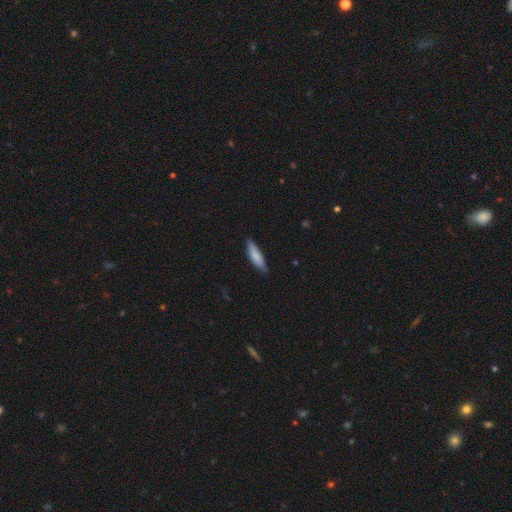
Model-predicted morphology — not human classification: A smooth galaxy with no disk features (81%) that is cigar-shaped (60%). Merging: none (77%).